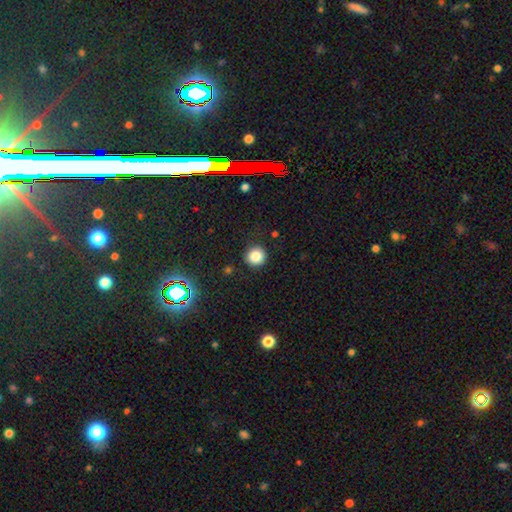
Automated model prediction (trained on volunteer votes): Morphology: type=smooth (83%); roundness=round (92%); merging=none (88%).